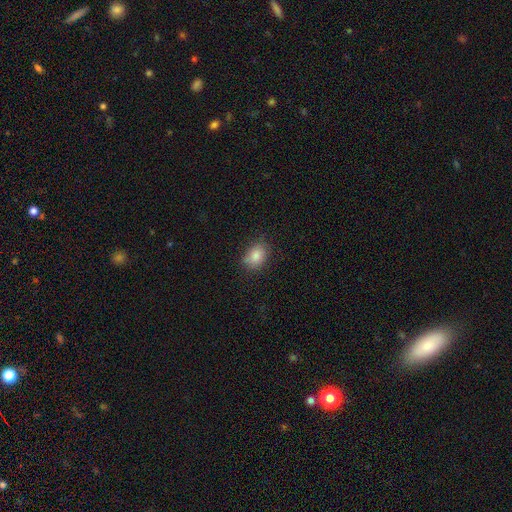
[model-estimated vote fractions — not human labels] Overall: smooth (85%). How rounded: in between (70%). Merging: none (75%).